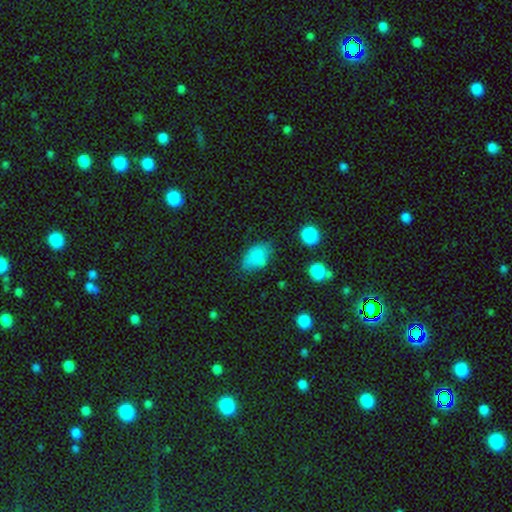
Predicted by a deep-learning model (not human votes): Morphology: type=smooth (78%); roundness=in between (90%); merging=none (58%).